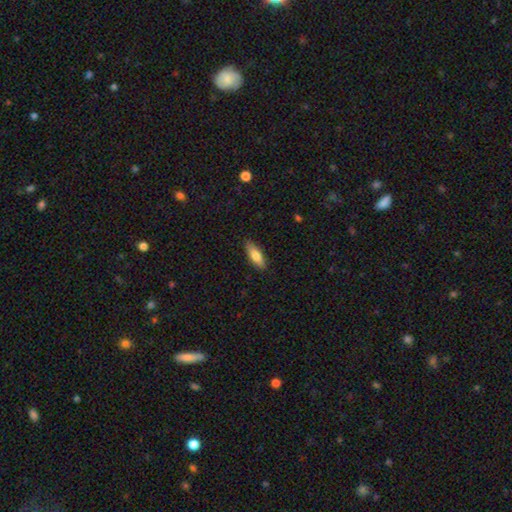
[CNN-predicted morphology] Smooth or featured?
  - smooth: 77% *
  - featured or disk: 17%
  - star or artifact: 6%
How rounded?
  - in between: 60% *
  - cigar-shaped: 37%
  - round: 2%
Merging?
  - none: 88% *
  - minor disturbance: 9%
  - major disturbance: 2%
  - merger: 1%